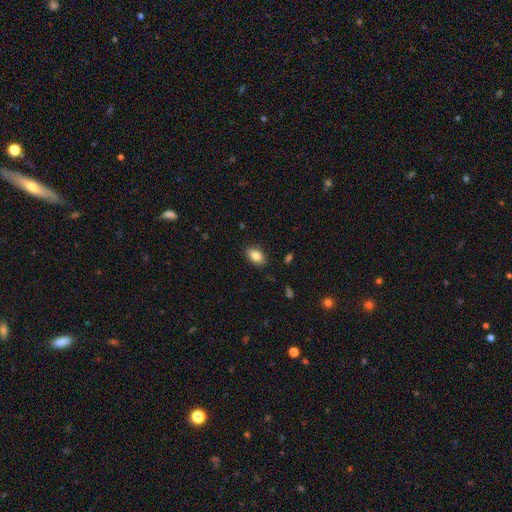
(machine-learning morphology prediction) smooth 85%, star or artifact 8%, featured or disk 7%. Down the decision tree: how rounded — in between (90%); merging — none (87%).